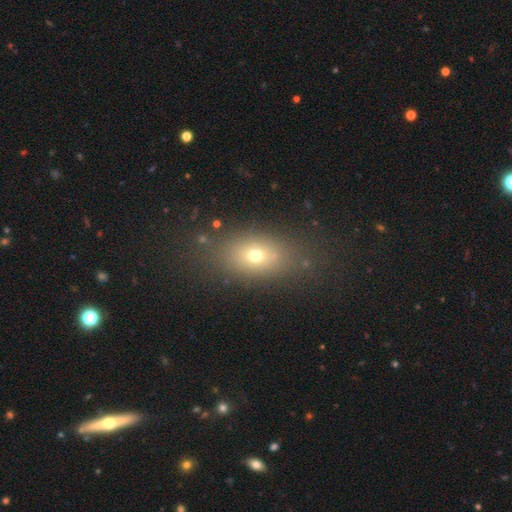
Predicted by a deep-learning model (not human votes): This is likely a smooth galaxy (66%). How rounded: likely in between (72%). Merging: likely none (76%).